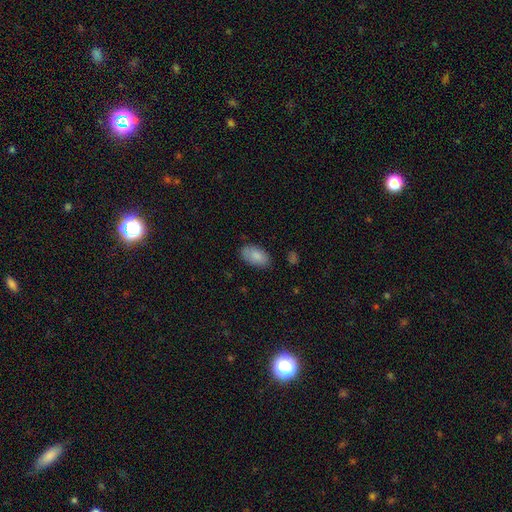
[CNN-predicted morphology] This appears to be a smooth galaxy with no disk features (86%) that is in between round and cigar-shaped (94%). Merging: none (80%).